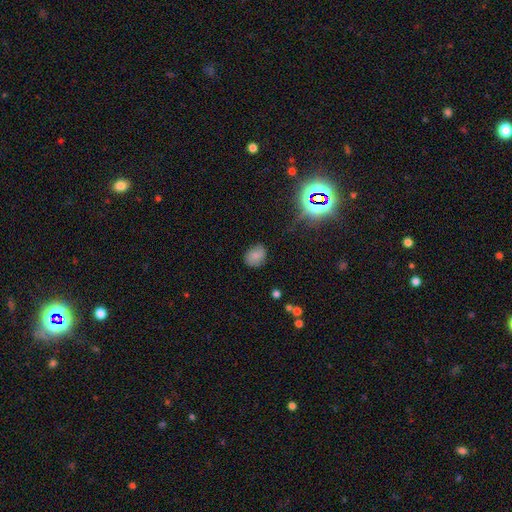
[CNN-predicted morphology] smooth 73%, star or artifact 14%, featured or disk 13%. Down the decision tree: how rounded — in between (54%); merging — none (76%).